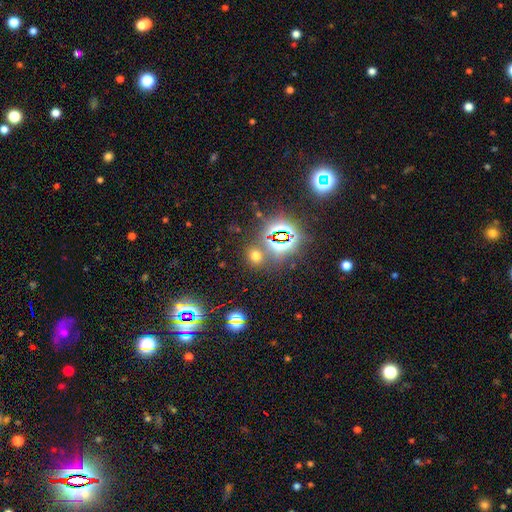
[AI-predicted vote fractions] The model was most divided on "smooth or featured": smooth: 50%, star or artifact: 43%, featured or disk: 7%. More confident: merging — none (75%); how rounded — round (66%).